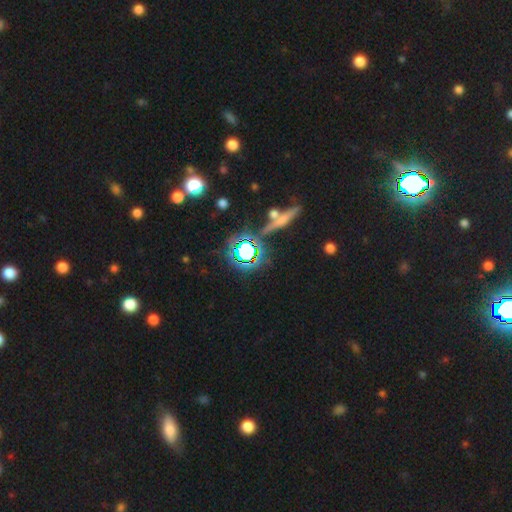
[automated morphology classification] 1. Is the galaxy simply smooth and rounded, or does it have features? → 71% star or artifact, 16% smooth, 12% featured or disk.